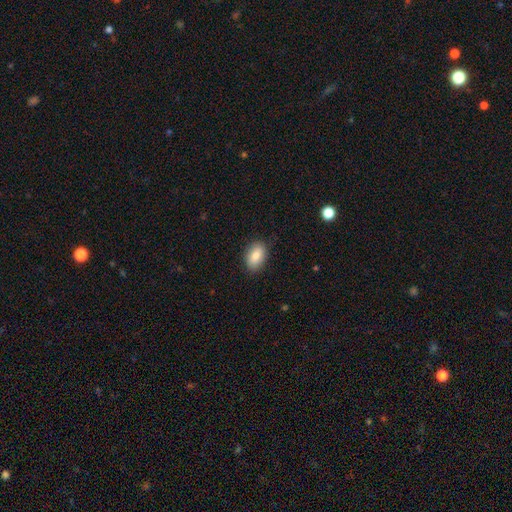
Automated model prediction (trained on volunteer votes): A smooth galaxy with no disk features (83%) that is in between round and cigar-shaped (89%).

Vote fractions:
- Smooth or featured? smooth: 83% / featured or disk: 10% / star or artifact: 7%
- How rounded? in between: 89% / round: 9% / cigar-shaped: 2%
- Merging? none: 85% / minor disturbance: 12% / major disturbance: 3% / merger: 1%